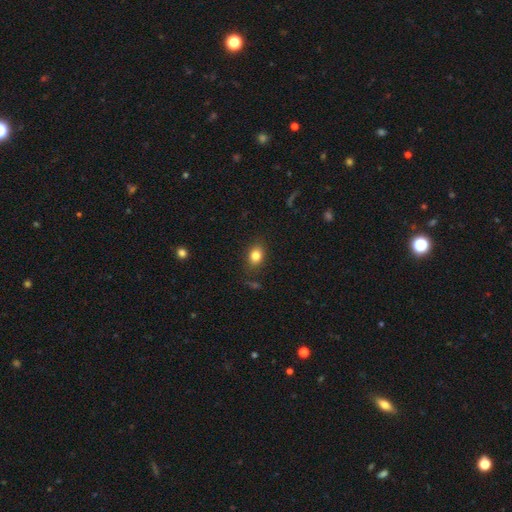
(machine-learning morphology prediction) A smooth galaxy with no disk features (83%) that is in between round and cigar-shaped (61%). Merging: none (83%).